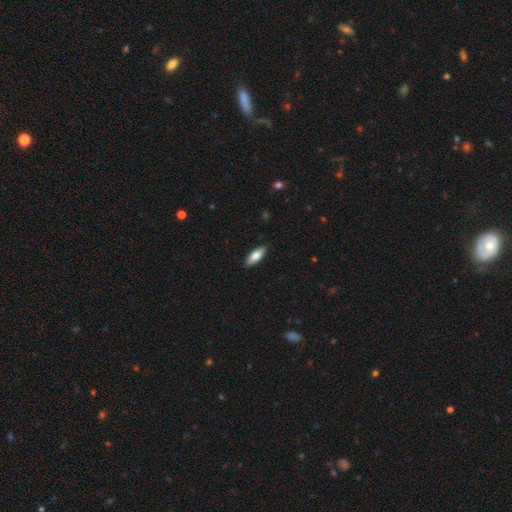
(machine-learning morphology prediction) This appears to be a smooth galaxy with no disk features (77%) that is in between round and cigar-shaped (72%). Merging: none (89%).